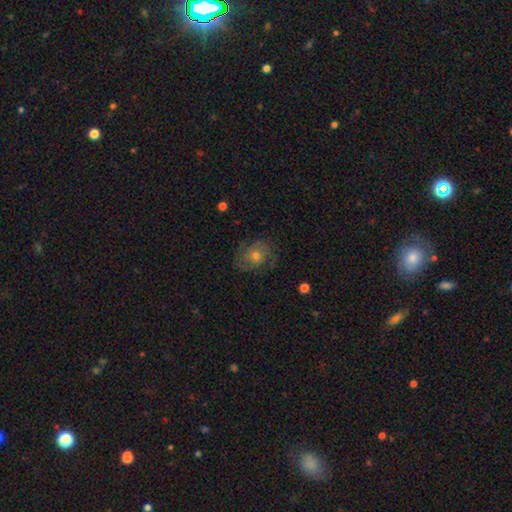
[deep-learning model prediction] featured or disk 44%, smooth 43%, star or artifact 13%. Down the decision tree: merging — none (73%).